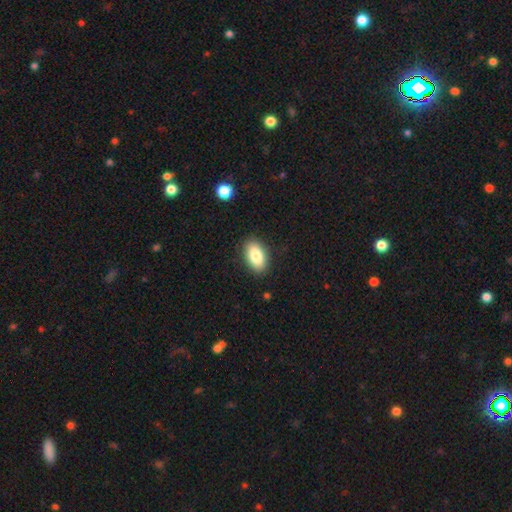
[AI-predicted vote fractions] Smooth or featured? Predicted: smooth (p=0.84). How rounded? Predicted: in between (p=0.93). Merging? Predicted: none (p=0.88).